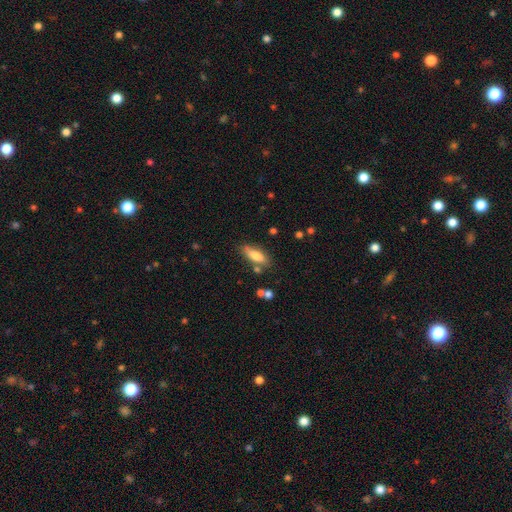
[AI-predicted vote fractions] This is likely a smooth galaxy (78%). How rounded: likely in between (63%). Merging: likely none (75%).